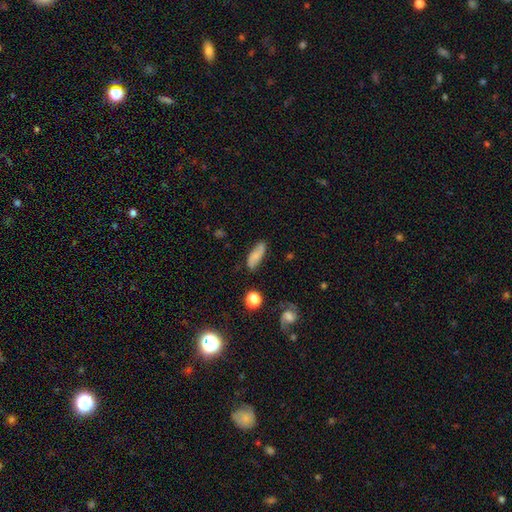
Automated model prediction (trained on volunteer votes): Smooth or featured? Predicted: smooth (p=0.58). How rounded? Predicted: in between (p=0.68). Merging? Predicted: none (p=0.71).